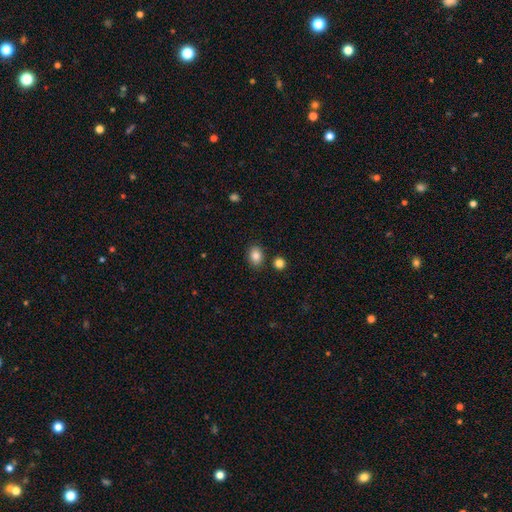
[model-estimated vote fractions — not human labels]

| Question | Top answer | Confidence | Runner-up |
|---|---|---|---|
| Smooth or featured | smooth | 85% | star or artifact (9%) |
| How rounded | in between | 64% | round (35%) |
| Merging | none | 84% | minor disturbance (9%) |